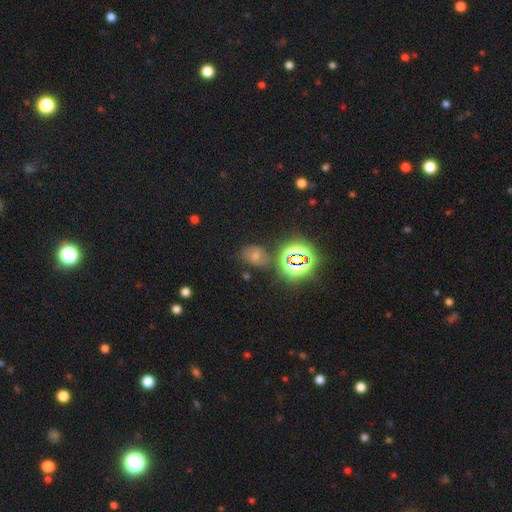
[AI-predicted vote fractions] A star or artifact, not a galaxy (58%).

Vote fractions:
- Smooth or featured? star or artifact: 58% / smooth: 28% / featured or disk: 14%